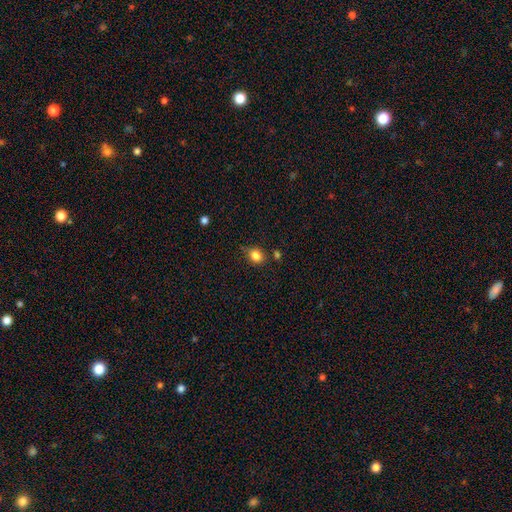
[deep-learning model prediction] Smooth or featured: smooth — 84% (star or artifact — 11%)
How rounded: round — 61% (in between — 38%)
Merging: none — 75% (minor disturbance — 16%)